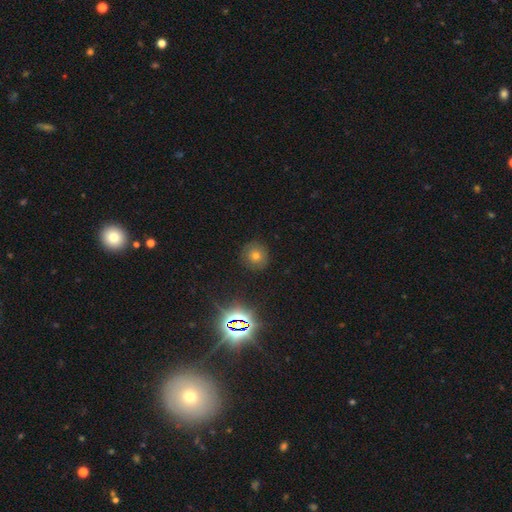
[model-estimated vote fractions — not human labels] Q: Smooth or featured?
A: smooth (63%); runner-up: star or artifact (23%)
Q: How rounded?
A: round (92%); runner-up: in between (7%)
Q: Merging?
A: none (87%); runner-up: minor disturbance (9%)